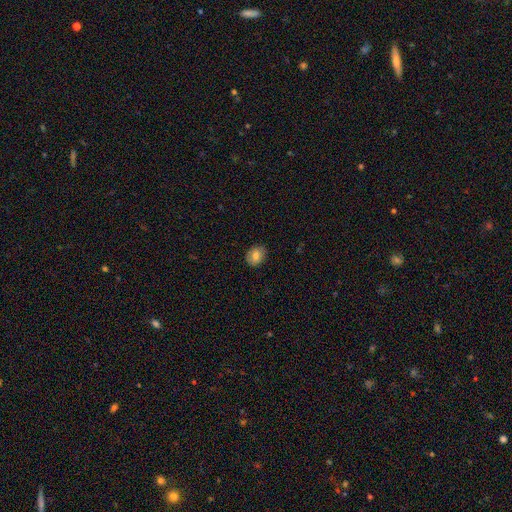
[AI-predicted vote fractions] smooth 76%, featured or disk 16%, star or artifact 9%. Down the decision tree: how rounded — round (54%); merging — none (86%).